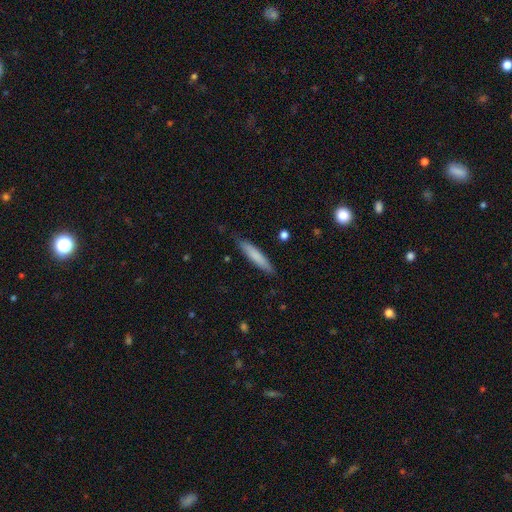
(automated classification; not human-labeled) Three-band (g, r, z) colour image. It shows a smooth galaxy with no disk features (76%) that is cigar-shaped (89%). Merging: none (84%).